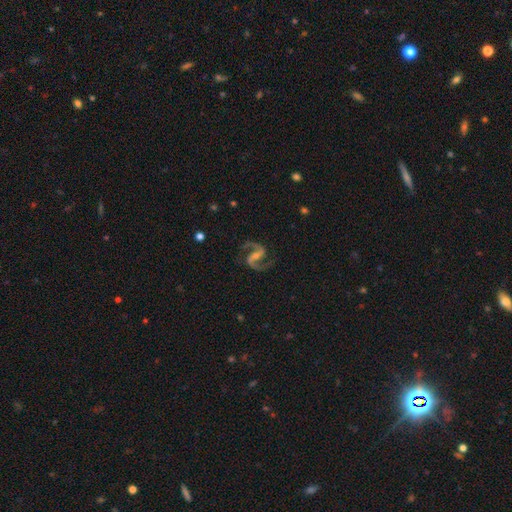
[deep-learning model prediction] Smooth or featured? featured or disk (93%)
Edge-on disk? no (98%)
Bar? strong (43%)
Spiral arms? yes (98%)
Spiral winding? medium (63%)
Spiral arm count? 2 (95%)
Bulge size? small (53%)
Merging? none (82%)